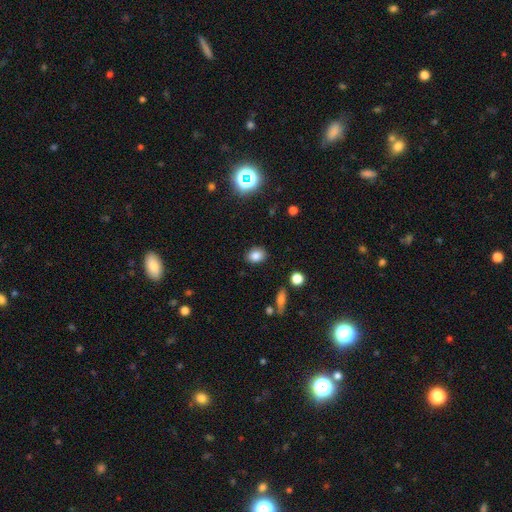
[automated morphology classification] Smooth or featured? smooth (83%)
How rounded? in between (59%)
Merging? none (87%)